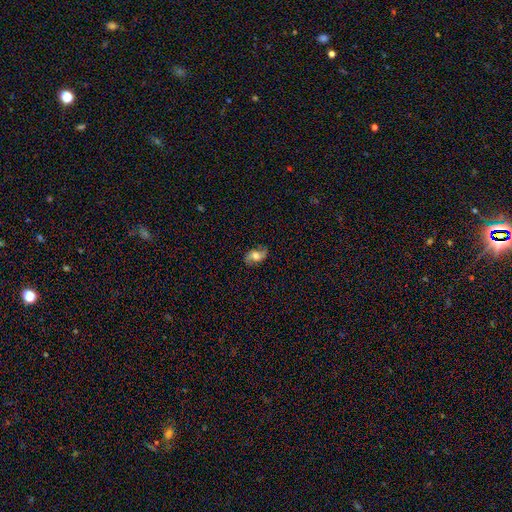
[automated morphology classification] This is possibly a featured or disk galaxy (60%). It is clearly not viewed edge-on (95%). Bar: possibly no (57%). Spiral arm pattern: clearly yes (90%). Spiral arm count: clearly 2 (90%). Spiral winding: possibly loose (51%). Central bulge: marginally moderate (40%). Merging: likely none (78%).